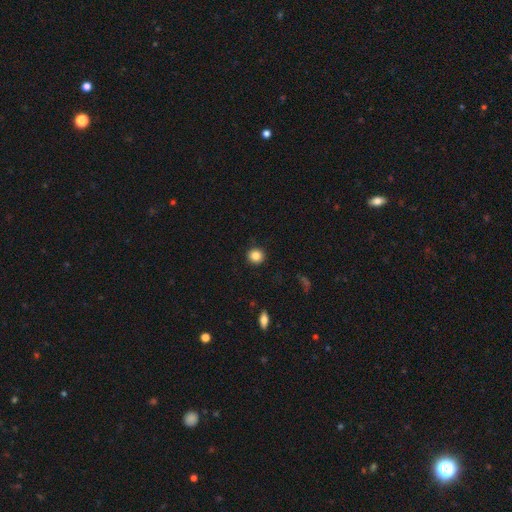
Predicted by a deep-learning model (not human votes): This is clearly a smooth galaxy (85%). How rounded: clearly round (93%). Merging: clearly none (91%).